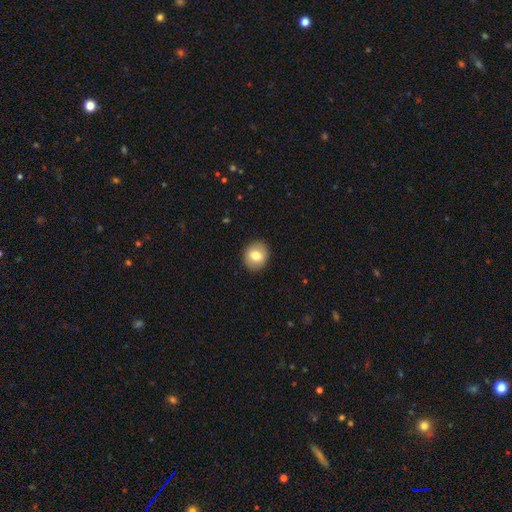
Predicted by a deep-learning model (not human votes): Smooth or featured? Predicted: smooth (p=0.77). How rounded? Predicted: round (p=0.75). Merging? Predicted: none (p=0.90).